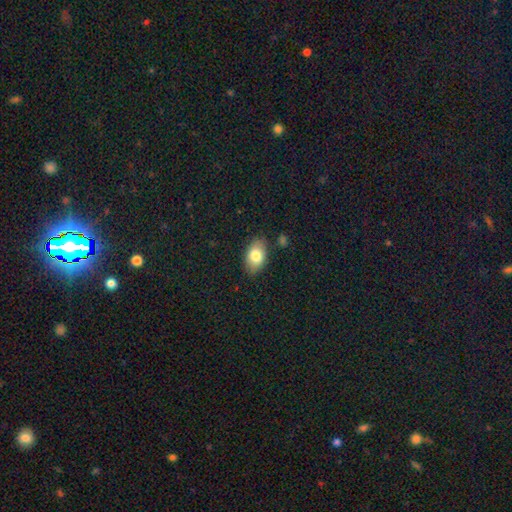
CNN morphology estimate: Q: Smooth or featured?
A: smooth (80%); runner-up: featured or disk (13%)
Q: How rounded?
A: in between (90%); runner-up: round (9%)
Q: Merging?
A: none (82%); runner-up: minor disturbance (13%)